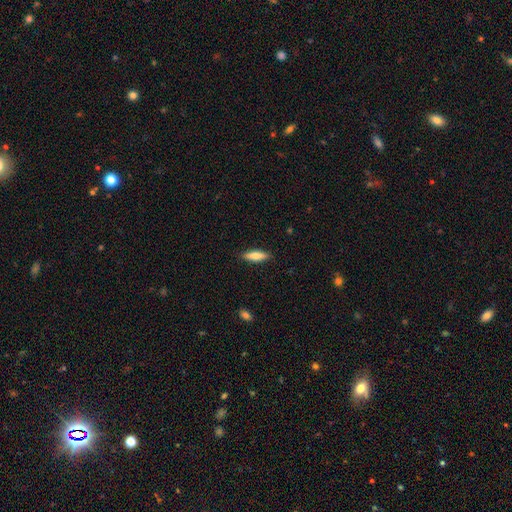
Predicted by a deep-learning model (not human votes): This is likely a smooth galaxy (70%). How rounded: likely cigar-shaped (62%). Merging: clearly none (88%).